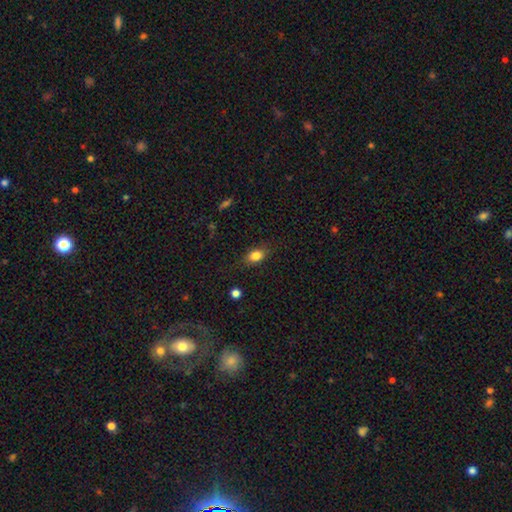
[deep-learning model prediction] Morphology: type=smooth (83%); roundness=in between (80%); merging=none (81%).